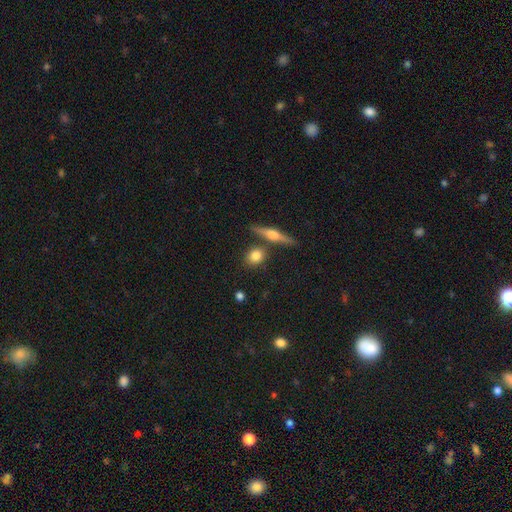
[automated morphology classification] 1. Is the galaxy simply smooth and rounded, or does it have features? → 77% smooth, 15% featured or disk, 8% star or artifact.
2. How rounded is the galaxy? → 67% round, 27% in between, 6% cigar-shaped.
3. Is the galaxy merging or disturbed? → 74% none, 12% merger, 10% minor disturbance, 3% major disturbance.